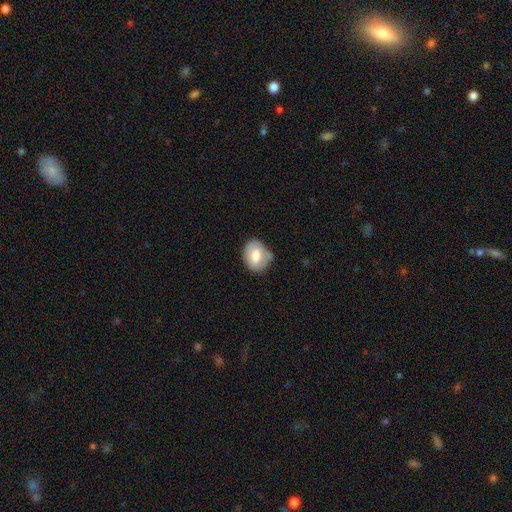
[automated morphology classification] smooth-or-featured: smooth: 64% | featured or disk: 29% | star or artifact: 7%
  how-rounded: in between: 58% | round: 41% | cigar-shaped: 1%
  merging: none: 55% | minor disturbance: 32% | major disturbance: 9% | merger: 4%